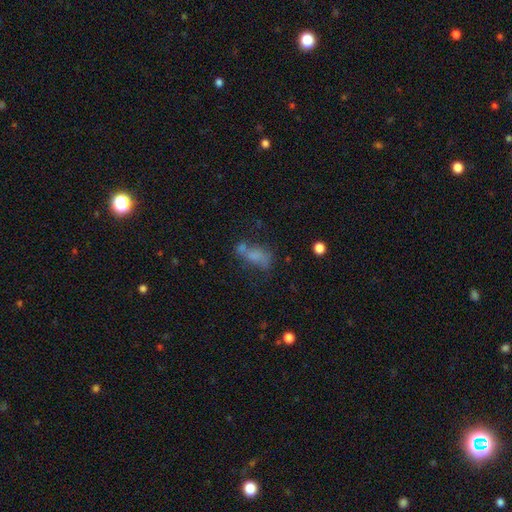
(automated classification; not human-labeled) Overall: smooth (54%; featured or disk 30%). How rounded: in between (77%). Merging: none (33%; merger 27%).